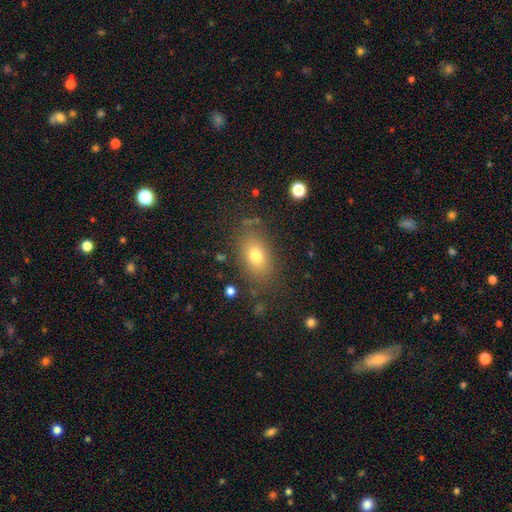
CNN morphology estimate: A smooth galaxy with no disk features (74%) that is in between round and cigar-shaped (82%).

Vote fractions:
- Smooth or featured? smooth: 74% / featured or disk: 14% / star or artifact: 12%
- How rounded? in between: 82% / round: 16% / cigar-shaped: 2%
- Merging? none: 79% / minor disturbance: 13% / major disturbance: 5% / merger: 3%